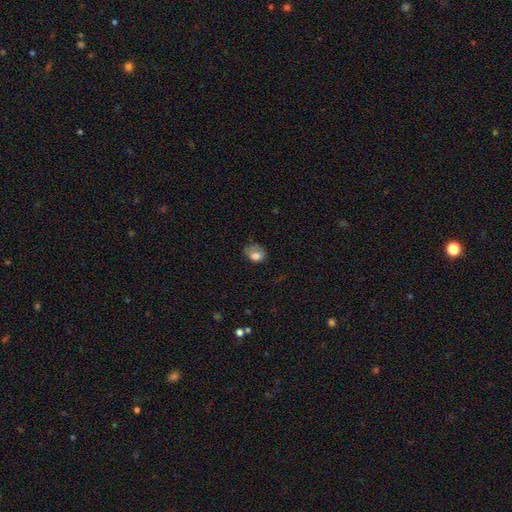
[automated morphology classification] The model was most divided on "merging": none: 37%, minor disturbance: 33%, major disturbance: 27%, merger: 3%. More confident: smooth or featured — smooth (73%); how rounded — in between (56%).